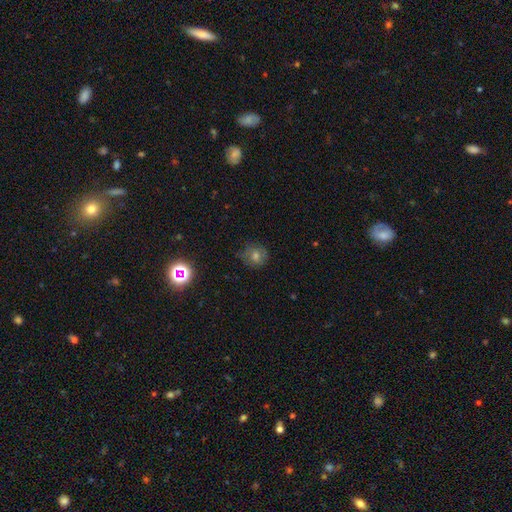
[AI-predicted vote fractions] Smooth or featured? Predicted: smooth (p=0.52). How rounded? Predicted: round (p=0.88). Merging? Predicted: none (p=0.79).